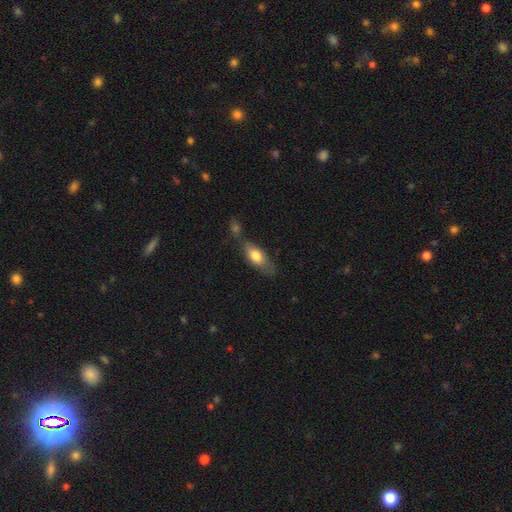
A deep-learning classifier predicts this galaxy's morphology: Smooth or featured: smooth — 71% (featured or disk — 23%)
How rounded: in between — 75% (cigar-shaped — 21%)
Merging: none — 50% (minor disturbance — 23%)